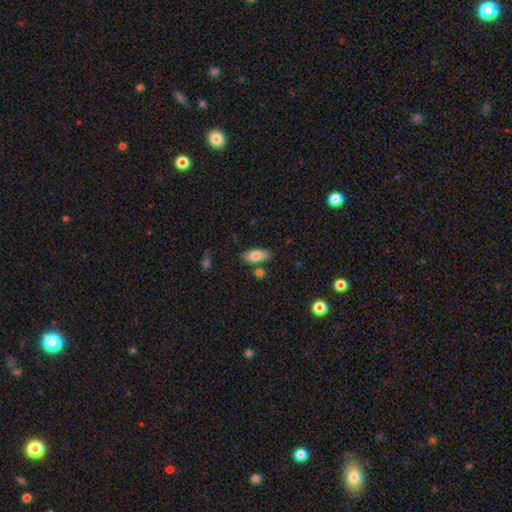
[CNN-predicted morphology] This appears to be a smooth galaxy with no disk features (83%) that is in between round and cigar-shaped (86%). Merging: none (74%).